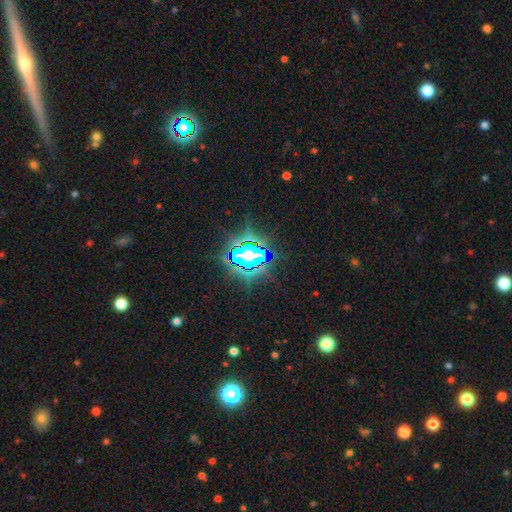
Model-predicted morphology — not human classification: Smooth or featured: star or artifact — 80% (smooth — 11%)